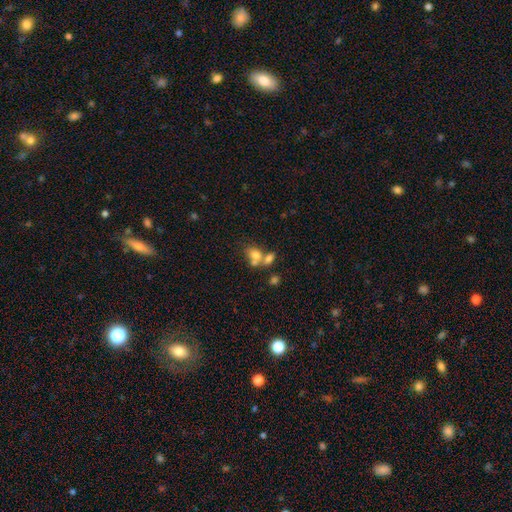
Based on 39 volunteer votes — A smooth galaxy with no disk features (72%) that is in between round and cigar-shaped (75%). Merging: merger (61%).